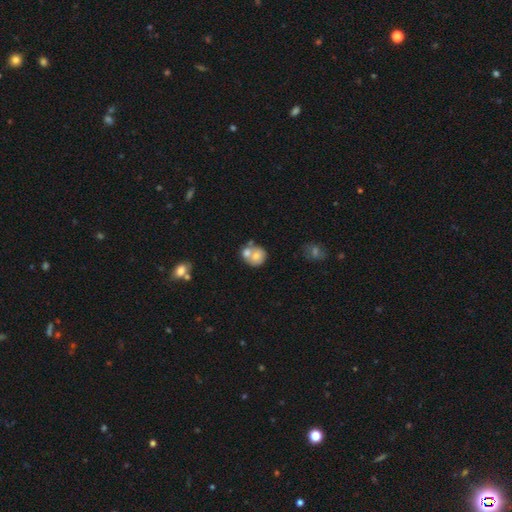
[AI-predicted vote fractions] smooth_or_featured: smooth (p=0.66) [alt: featured or disk p=0.26]
how_rounded: round (p=0.73) [alt: in between p=0.26]
merging: merger (p=0.56) [alt: none p=0.30]